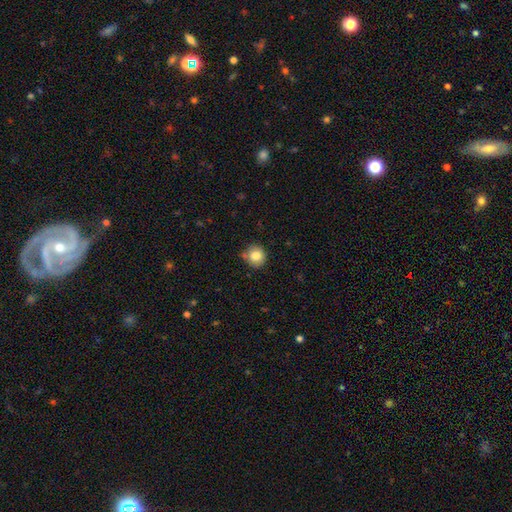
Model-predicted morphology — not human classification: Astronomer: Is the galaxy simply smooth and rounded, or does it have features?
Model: smooth — 83%.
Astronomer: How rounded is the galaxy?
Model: round — 89%.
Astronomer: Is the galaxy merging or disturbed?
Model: none — 79%.